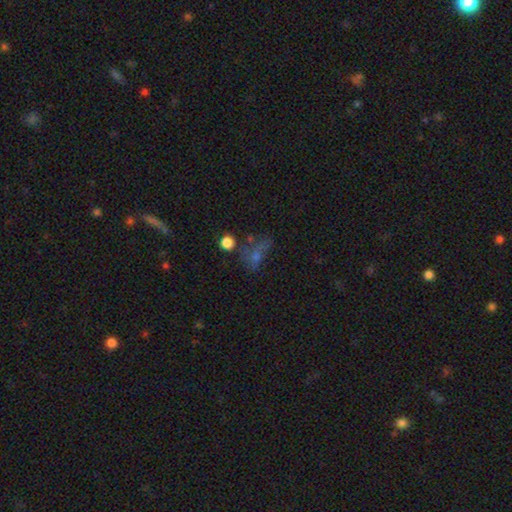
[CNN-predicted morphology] A smooth galaxy with no disk features (43%). Merging: none (39%).